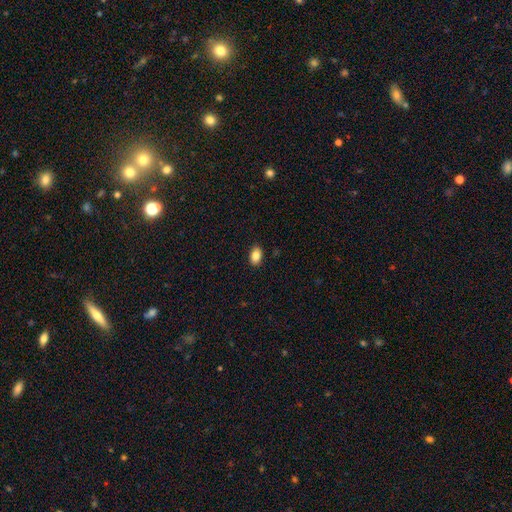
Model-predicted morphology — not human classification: Smooth or featured? Predicted: smooth (p=0.86). How rounded? Predicted: in between (p=0.87). Merging? Predicted: none (p=0.89).